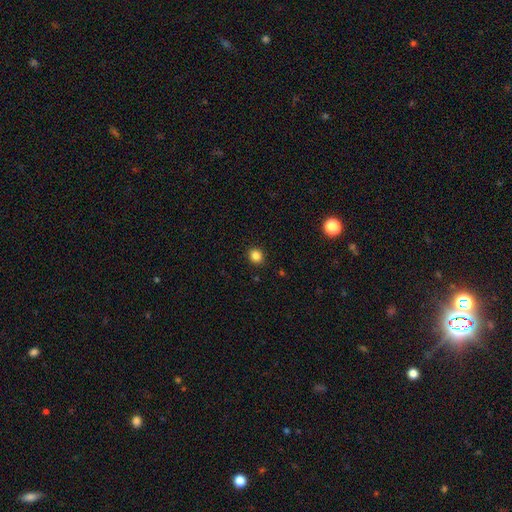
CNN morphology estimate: smooth 84%, star or artifact 12%, featured or disk 4%. Down the decision tree: how rounded — round (78%); merging — none (91%).